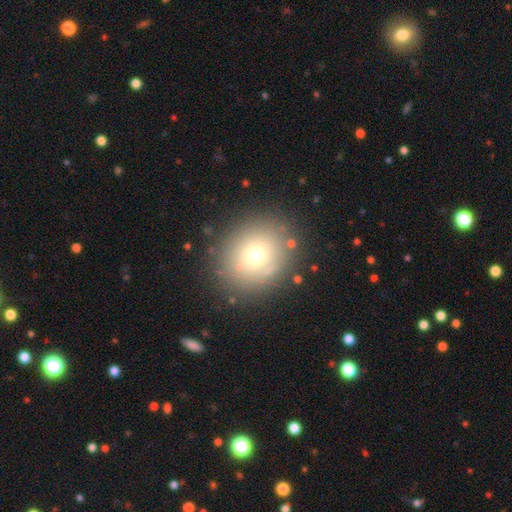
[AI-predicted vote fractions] Overall: smooth (68%). How rounded: round (72%). Merging: none (81%).